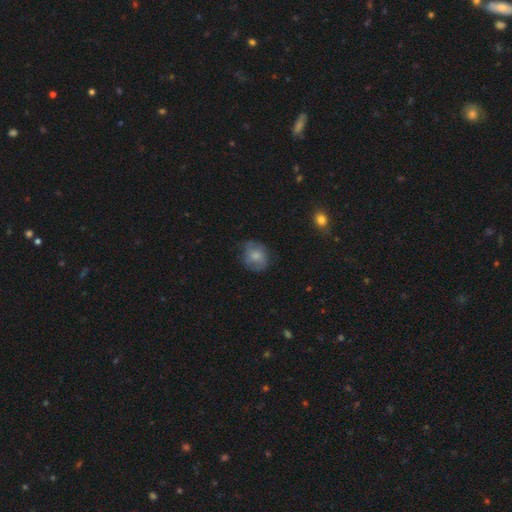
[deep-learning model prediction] Overall: smooth (66%). How rounded: round (59%; in between 40%). Merging: none (62%; minor disturbance 26%).